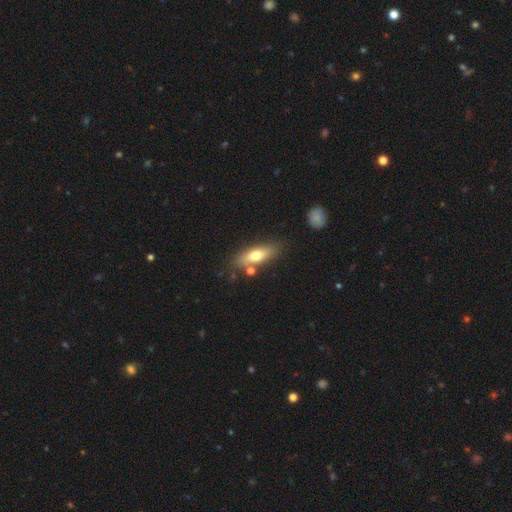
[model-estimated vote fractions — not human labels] A smooth galaxy with no disk features (67%) that is in between round and cigar-shaped (61%).

Vote fractions:
- Smooth or featured? smooth: 67% / featured or disk: 26% / star or artifact: 7%
- How rounded? in between: 61% / cigar-shaped: 35% / round: 3%
- Merging? none: 74% / minor disturbance: 13% / merger: 9% / major disturbance: 4%